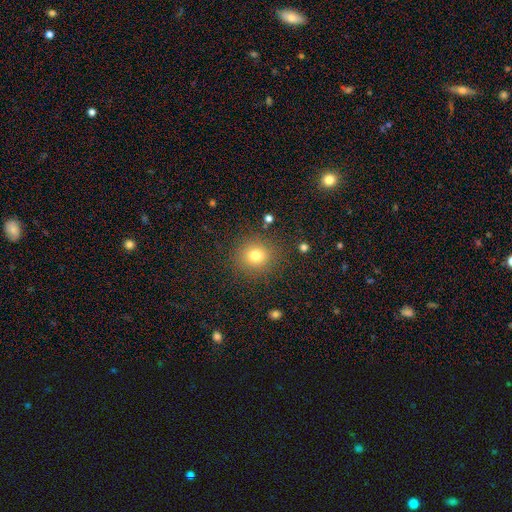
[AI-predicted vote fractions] Morphology: type=smooth (76%); roundness=round (86%); merging=none (88%).